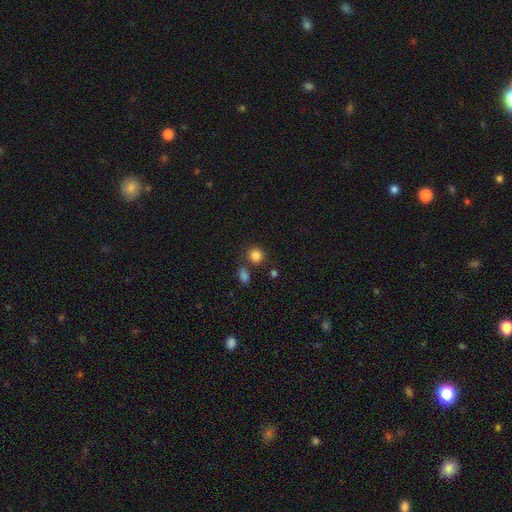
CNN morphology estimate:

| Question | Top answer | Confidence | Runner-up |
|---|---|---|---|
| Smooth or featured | smooth | 83% | star or artifact (12%) |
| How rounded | round | 87% | in between (12%) |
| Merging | none | 78% | merger (10%) |